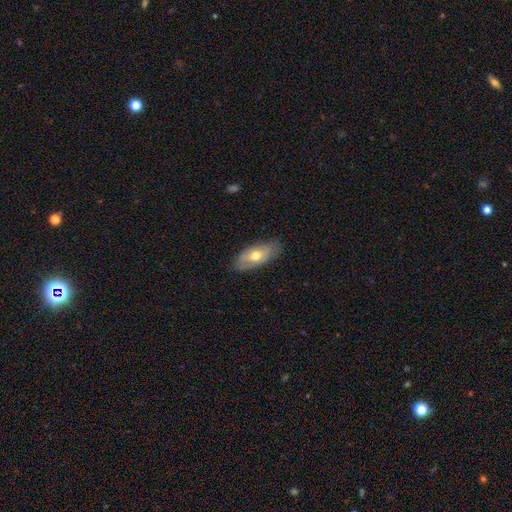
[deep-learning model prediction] smooth_or_featured: smooth (p=0.56) [alt: featured or disk p=0.38]
how_rounded: in between (p=0.87) [alt: cigar-shaped p=0.09]
merging: none (p=0.79) [alt: minor disturbance p=0.17]